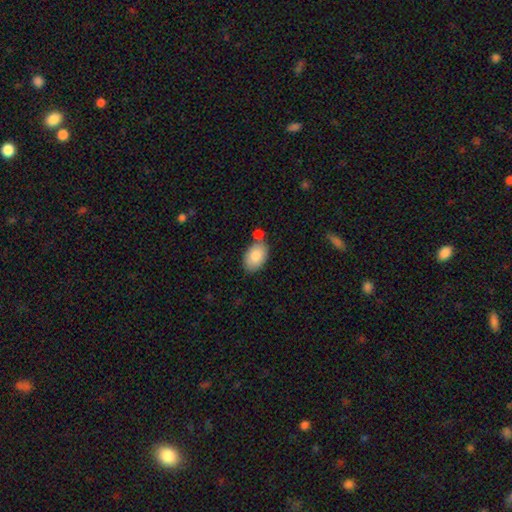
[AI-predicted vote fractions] smooth_or_featured: smooth (p=0.86) [alt: featured or disk p=0.08]
how_rounded: in between (p=0.91) [alt: round p=0.08]
merging: none (p=0.65) [alt: merger p=0.16]